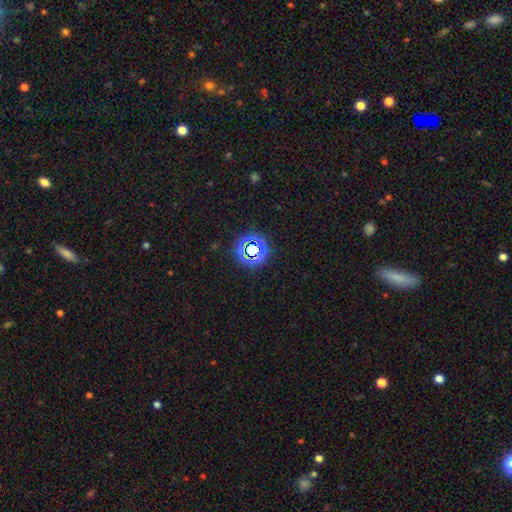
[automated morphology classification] A star or artifact, not a galaxy (68%).